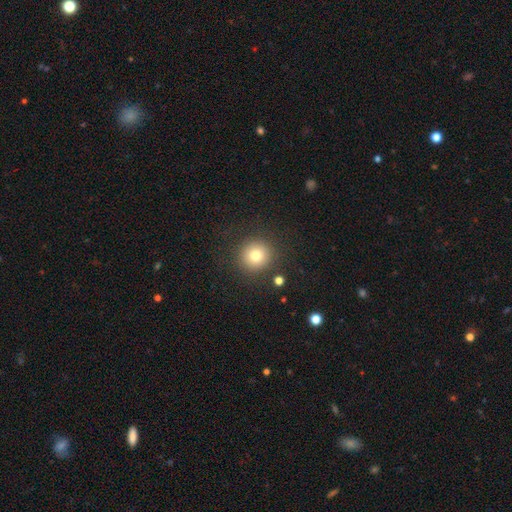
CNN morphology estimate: A smooth galaxy with no disk features (78%) that is round (93%). Merging: none (87%).